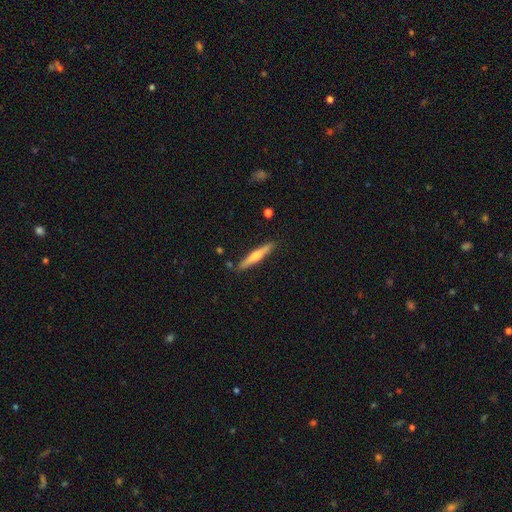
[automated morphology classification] A featured or disk galaxy (54%) viewed edge-on (96%) with a rounded central bulge (86%). Merging: none (88%).